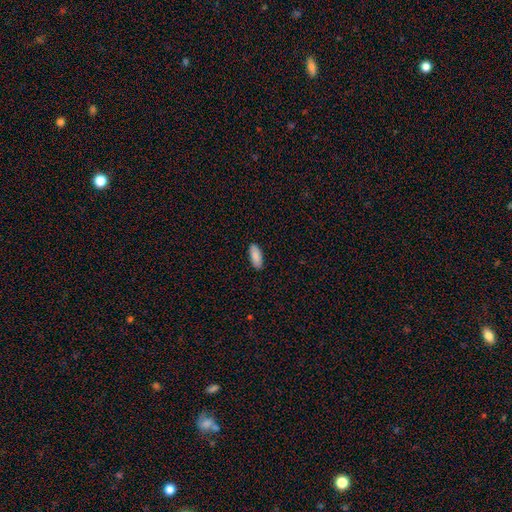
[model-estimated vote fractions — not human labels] This appears to be a smooth galaxy with no disk features (89%) that is in between round and cigar-shaped (82%). Merging: none (89%).